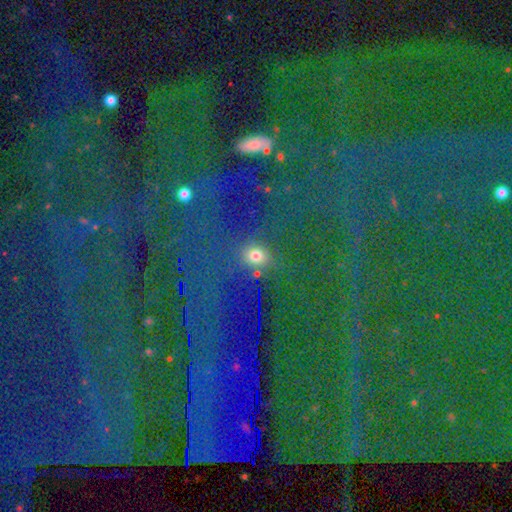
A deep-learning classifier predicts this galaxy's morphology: Smooth or featured: smooth — 56% (star or artifact — 35%)
How rounded: round — 53% (in between — 43%)
Merging: none — 73% (minor disturbance — 12%)